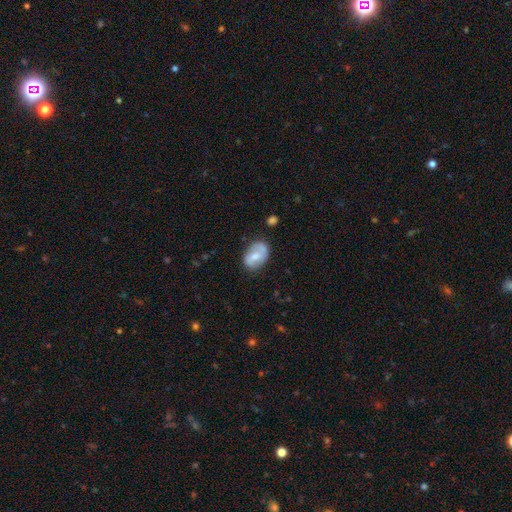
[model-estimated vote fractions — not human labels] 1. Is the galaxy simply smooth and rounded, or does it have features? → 49% featured or disk, 45% smooth, 7% star or artifact.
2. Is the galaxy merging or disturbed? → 69% none, 22% minor disturbance, 6% major disturbance, 3% merger.